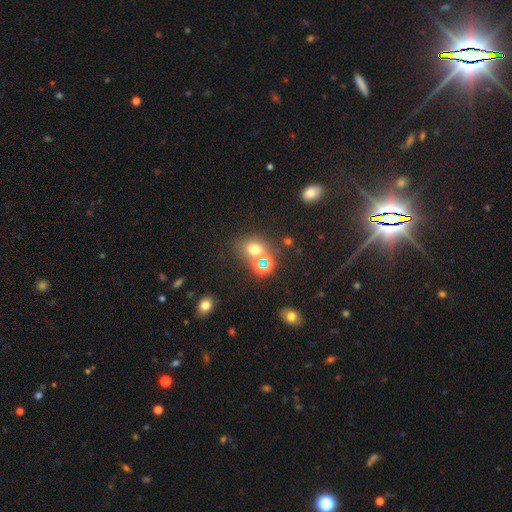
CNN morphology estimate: star or artifact 51%, smooth 37%, featured or disk 13%.